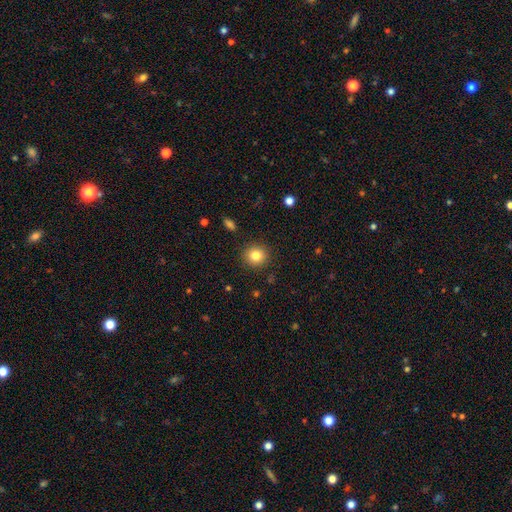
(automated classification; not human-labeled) smooth_or_featured: smooth (p=0.83) [alt: star or artifact p=0.11]
how_rounded: round (p=0.90) [alt: in between p=0.09]
merging: none (p=0.90) [alt: minor disturbance p=0.06]